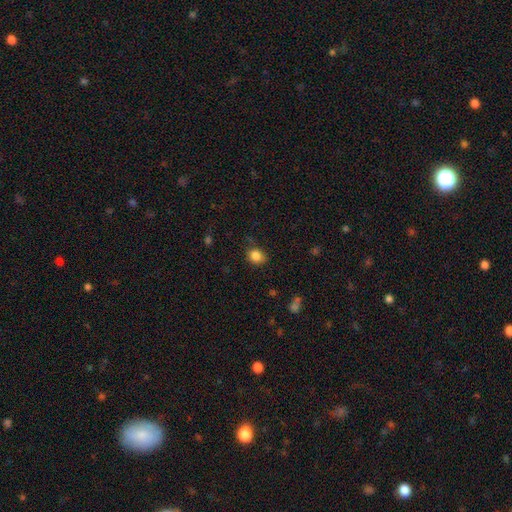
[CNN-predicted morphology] Overall: smooth (84%). How rounded: round (62%; in between 37%). Merging: none (73%).